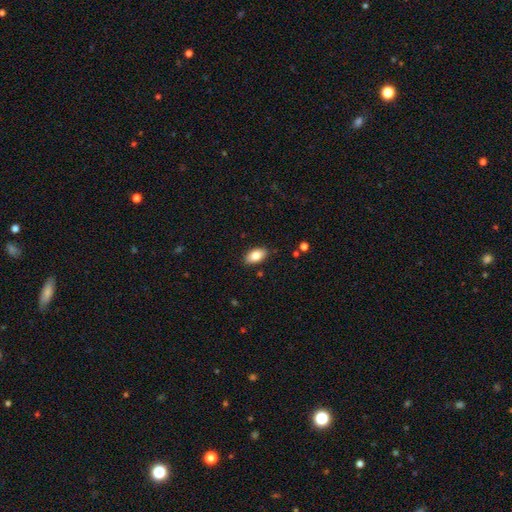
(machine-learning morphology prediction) Smooth or featured: smooth — 82% (featured or disk — 10%)
How rounded: in between — 93% (round — 4%)
Merging: none — 88% (minor disturbance — 9%)